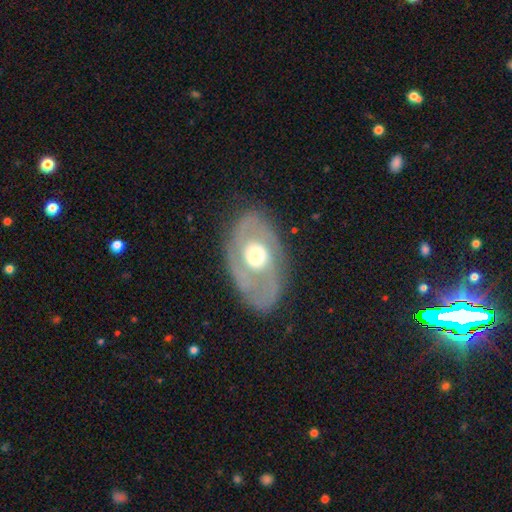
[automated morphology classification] A featured or disk galaxy (76%) with no bar (79%), spiral arms (64%) and a moderate central bulge (66%). Merging: none (76%).